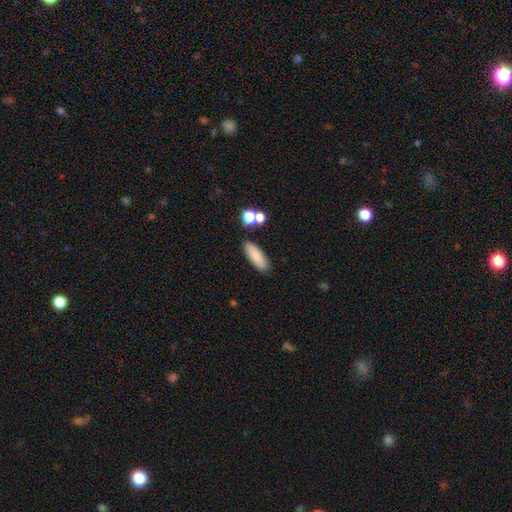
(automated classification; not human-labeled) smooth_or_featured: smooth (p=0.81) [alt: featured or disk p=0.11]
how_rounded: in between (p=0.60) [alt: cigar-shaped p=0.38]
merging: none (p=0.84) [alt: minor disturbance p=0.10]